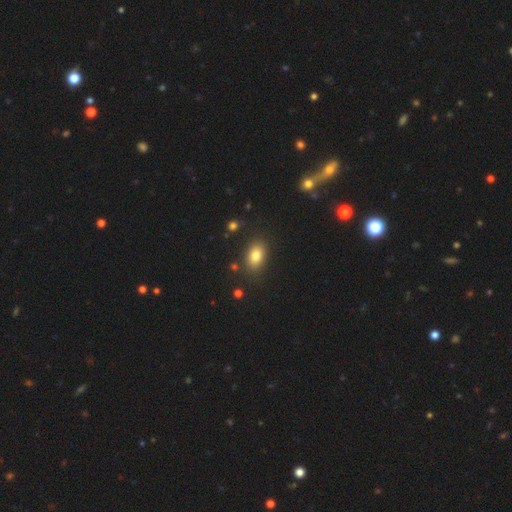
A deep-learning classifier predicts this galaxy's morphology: This is clearly a smooth galaxy (81%). How rounded: clearly in between (84%). Merging: clearly none (84%).